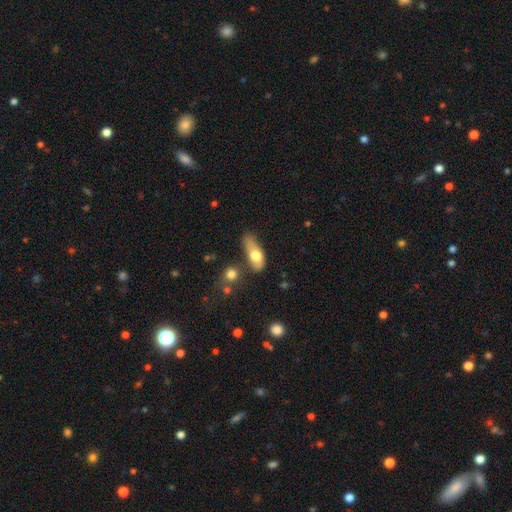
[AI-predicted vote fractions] smooth-or-featured: smooth: 70% | featured or disk: 23% | star or artifact: 7%
  how-rounded: in between: 72% | cigar-shaped: 23% | round: 5%
  merging: none: 35% | minor disturbance: 33% | major disturbance: 19% | merger: 13%